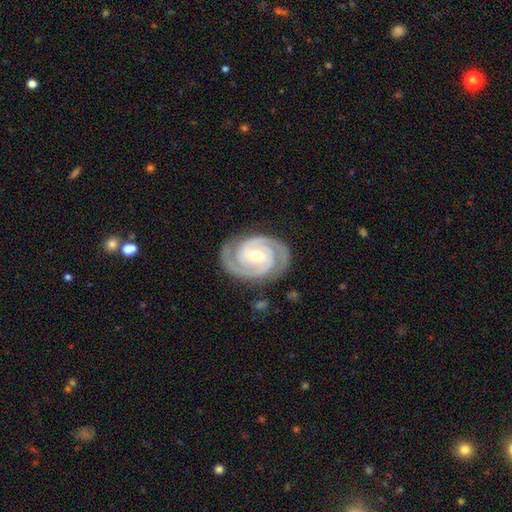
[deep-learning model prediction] The model was most divided on "bar": weak: 41%, no: 35%, strong: 24%. More confident: spiral arms — yes (99%); edge-on disk — no (98%); smooth or featured — featured or disk (93%); spiral arm count — 2 (87%); merging — none (85%); spiral winding — tight (75%); bulge size — moderate (55%).